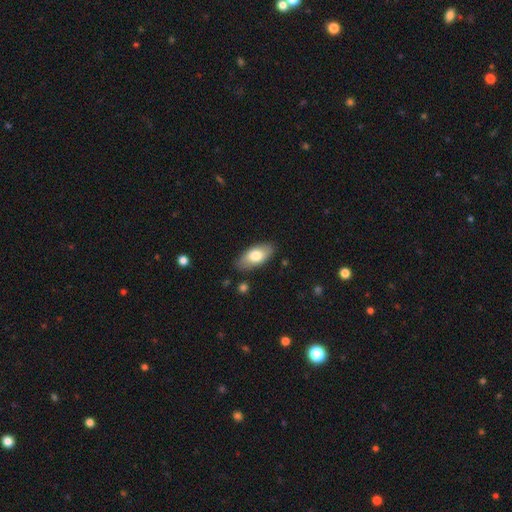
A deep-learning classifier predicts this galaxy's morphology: Smooth or featured? smooth (73%)
How rounded? in between (91%)
Merging? none (84%)